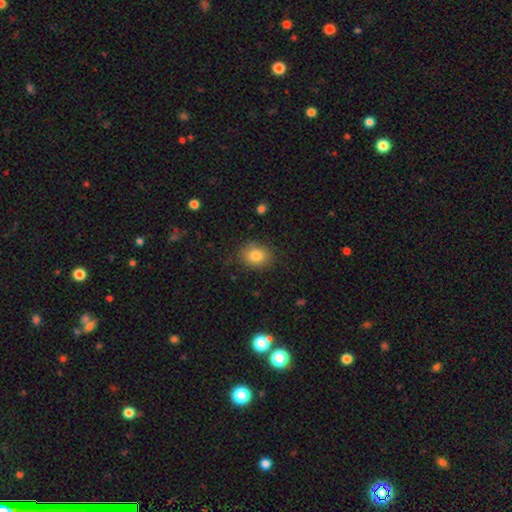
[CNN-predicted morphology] smooth_or_featured: smooth (p=0.82) [alt: star or artifact p=0.10]
how_rounded: in between (p=0.52) [alt: round p=0.47]
merging: none (p=0.81) [alt: minor disturbance p=0.14]